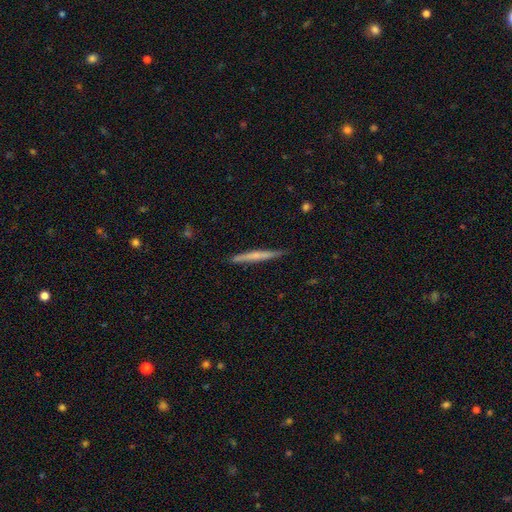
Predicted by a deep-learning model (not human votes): smooth 48%, featured or disk 46%, star or artifact 6%. Down the decision tree: merging — none (88%).